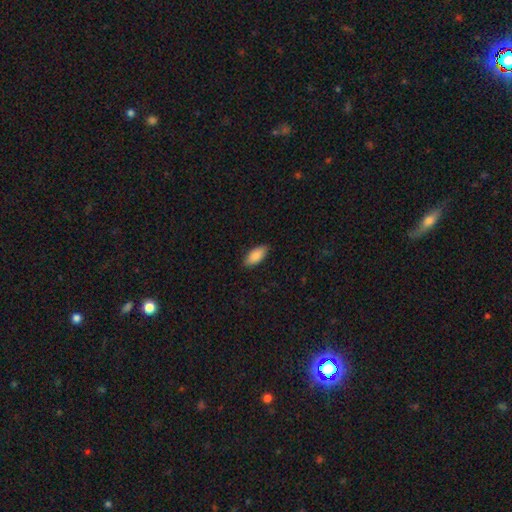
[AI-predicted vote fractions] Q: Smooth or featured?
A: smooth (88%); runner-up: featured or disk (6%)
Q: How rounded?
A: in between (90%); runner-up: cigar-shaped (9%)
Q: Merging?
A: none (87%); runner-up: minor disturbance (10%)